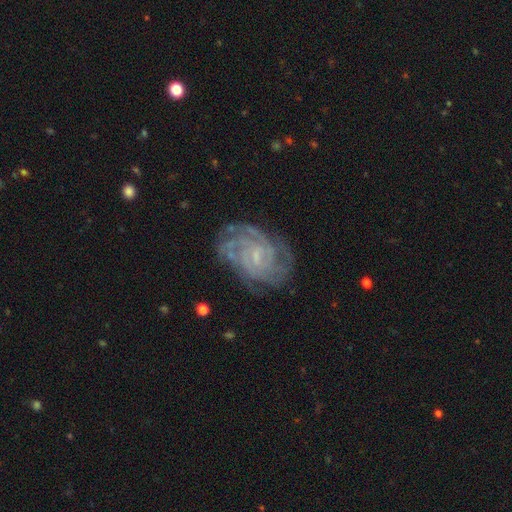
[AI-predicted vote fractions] smooth-or-featured: featured or disk: 87% | smooth: 6% | star or artifact: 6%
  disk-edge-on: no: 98% | yes: 2%
    bar: weak: 48% | no: 41% | strong: 11%
    has-spiral-arms: yes: 97% | no: 3%
      spiral-winding: tight: 71% | medium: 25% | loose: 4%
      spiral-arm-count: can't tell: 29% | 4: 20% | 3: 19% | 2: 16% | more than 4: 9% | 1: 7%
    bulge-size: small: 68% | moderate: 16% | none: 14% | large: 1% | dominant: 1%
  merging: none: 75% | minor disturbance: 17% | major disturbance: 7% | merger: 2%